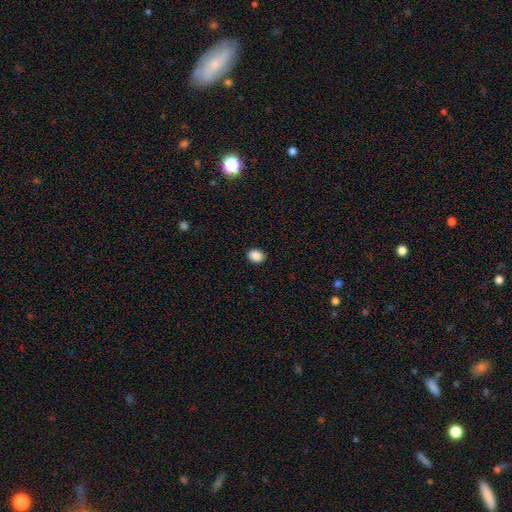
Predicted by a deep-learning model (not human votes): Smooth or featured? Predicted: smooth (p=0.89). How rounded? Predicted: in between (p=0.61). Merging? Predicted: none (p=0.90).